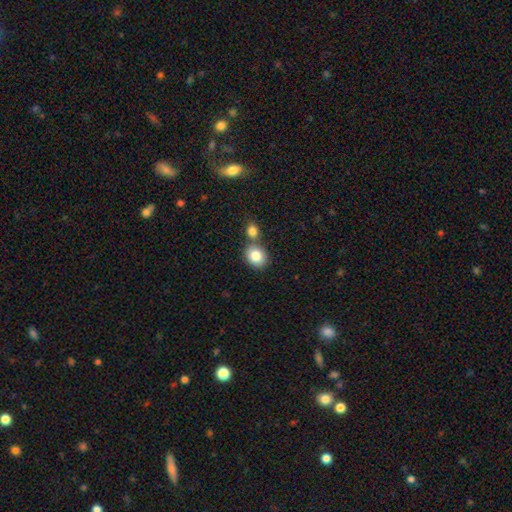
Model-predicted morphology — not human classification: This is clearly a smooth galaxy (83%). How rounded: likely round (65%). Merging: possibly none (54%).